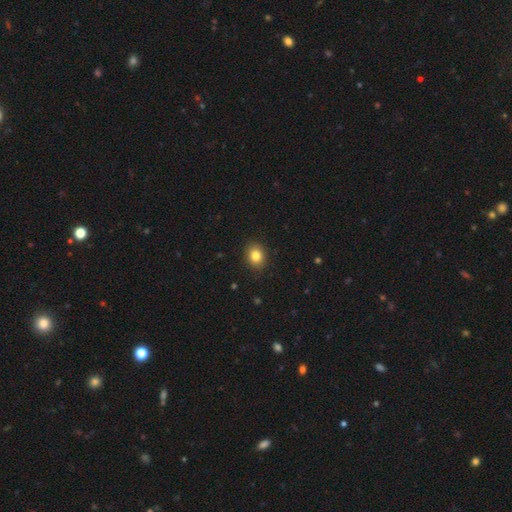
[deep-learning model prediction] The model was most divided on "how rounded": round: 52%, in between: 47%, cigar-shaped: 1%. More confident: merging — none (90%); smooth or featured — smooth (83%).